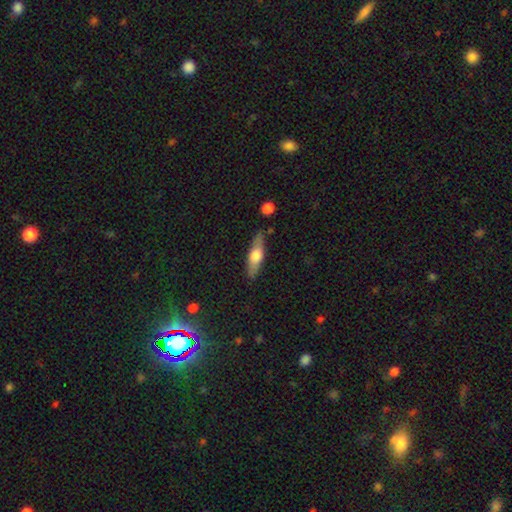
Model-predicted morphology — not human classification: Overall: smooth (52%; featured or disk 43%). How rounded: cigar-shaped (60%; in between 37%). Merging: none (82%).